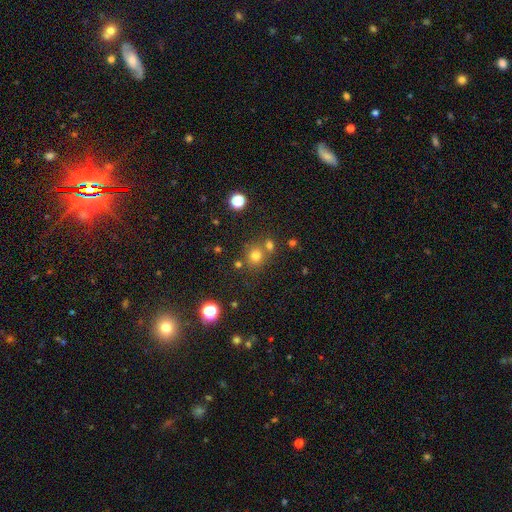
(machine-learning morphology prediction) A smooth galaxy with no disk features (74%) that is round (85%).

Vote fractions:
- Smooth or featured? smooth: 74% / star or artifact: 19% / featured or disk: 8%
- How rounded? round: 85% / in between: 15% / cigar-shaped: 1%
- Merging? none: 68% / merger: 19% / minor disturbance: 9% / major disturbance: 3%